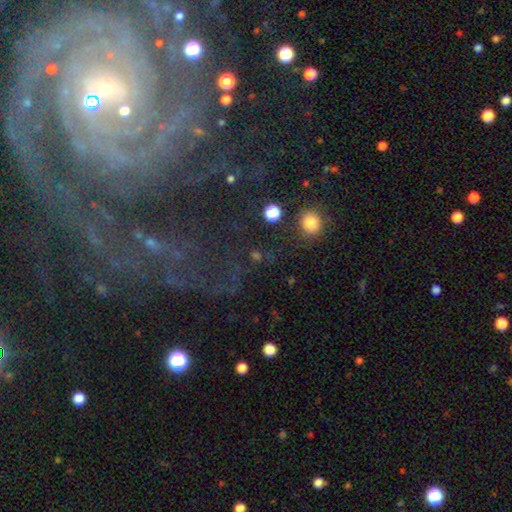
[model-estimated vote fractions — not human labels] smooth 56%, star or artifact 31%, featured or disk 13%. Down the decision tree: how rounded — round (82%); merging — none (80%).